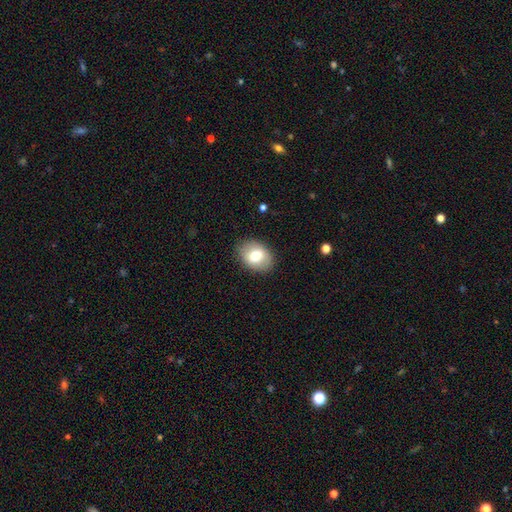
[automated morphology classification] A smooth galaxy with no disk features (71%) that is in between round and cigar-shaped (69%). Merging: none (86%).